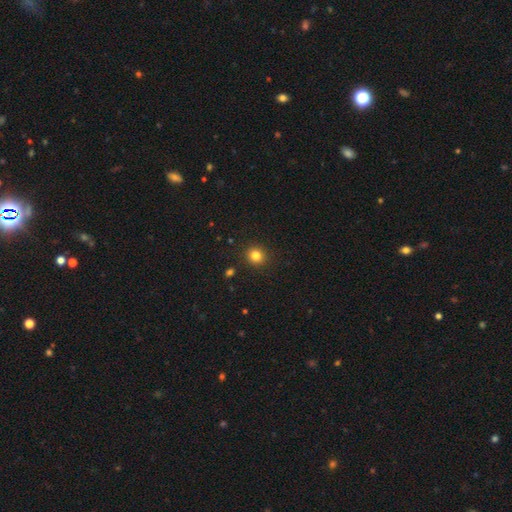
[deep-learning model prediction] This is clearly a smooth galaxy (83%). How rounded: clearly round (89%). Merging: clearly none (91%).